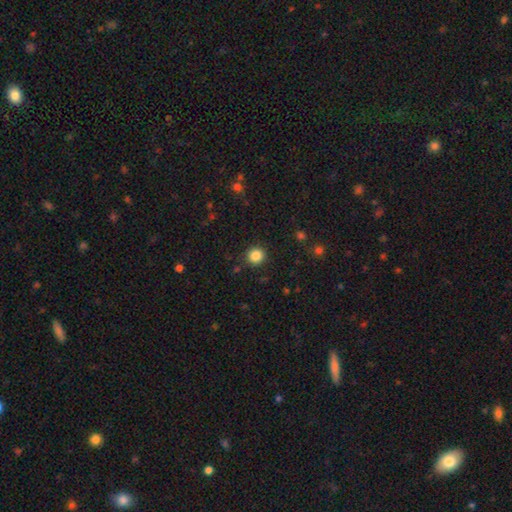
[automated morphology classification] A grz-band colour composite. It shows a smooth galaxy with no disk features (85%) that is round (89%). Merging: none (89%).